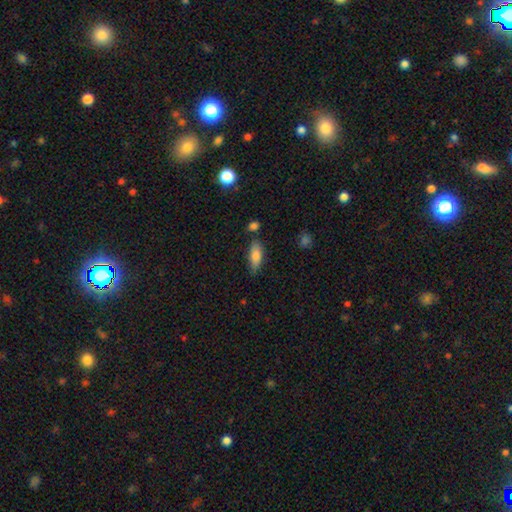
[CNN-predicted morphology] Smooth or featured: smooth — 79% (featured or disk — 14%)
How rounded: in between — 69% (cigar-shaped — 29%)
Merging: none — 69% (minor disturbance — 20%)